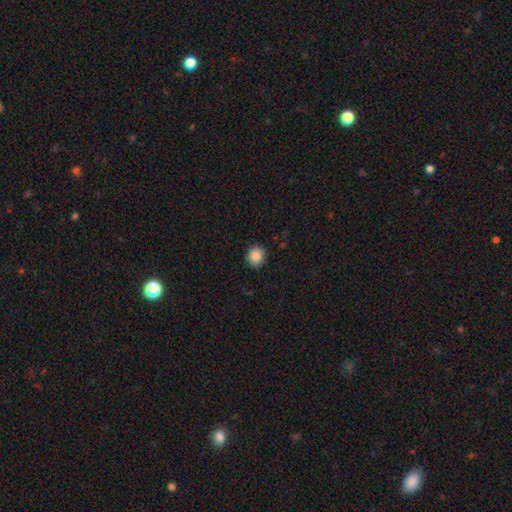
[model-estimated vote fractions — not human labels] smooth_or_featured: smooth (p=0.87) [alt: star or artifact p=0.09]
how_rounded: round (p=0.75) [alt: in between p=0.24]
merging: none (p=0.89) [alt: minor disturbance p=0.08]